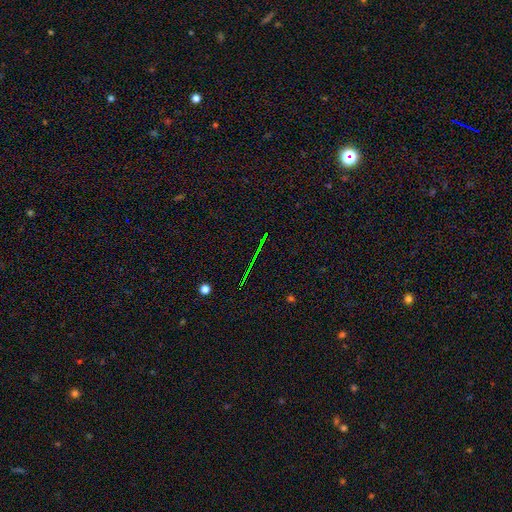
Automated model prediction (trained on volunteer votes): star or artifact 73%, smooth 15%, featured or disk 12%.